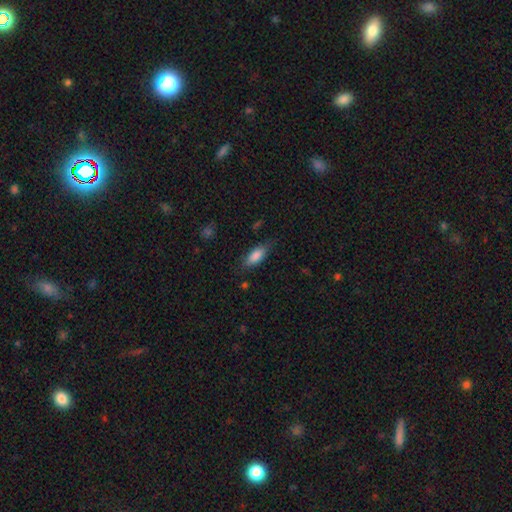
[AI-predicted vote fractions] This is clearly a smooth galaxy (82%). How rounded: likely in between (79%). Merging: likely none (72%).